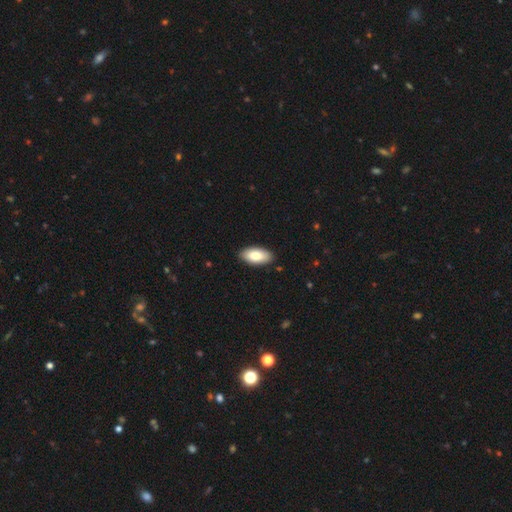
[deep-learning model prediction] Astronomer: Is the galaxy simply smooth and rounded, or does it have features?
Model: smooth — 83%.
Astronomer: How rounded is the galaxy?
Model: in between — 92%.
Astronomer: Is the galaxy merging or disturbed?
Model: none — 88%.